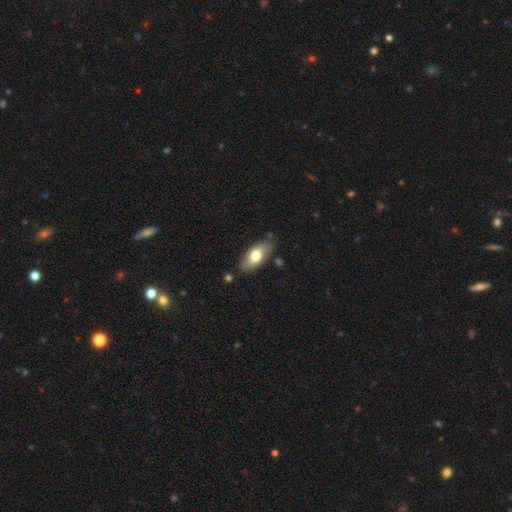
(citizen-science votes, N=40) Morphology: type=smooth (80%); roundness=in between (91%); merging=none (74%).